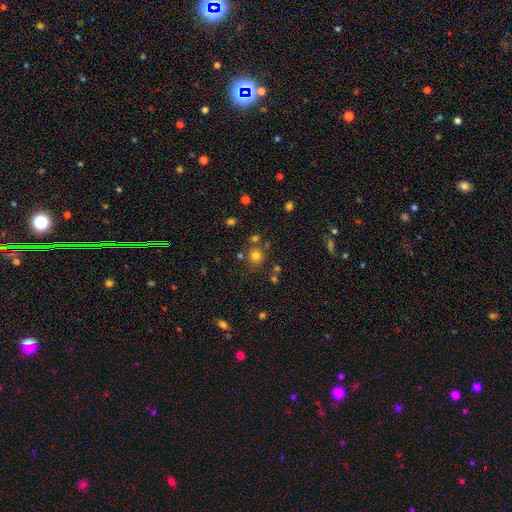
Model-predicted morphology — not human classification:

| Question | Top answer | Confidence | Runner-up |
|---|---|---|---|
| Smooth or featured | smooth | 74% | star or artifact (18%) |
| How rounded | round | 87% | in between (12%) |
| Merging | none | 74% | merger (12%) |